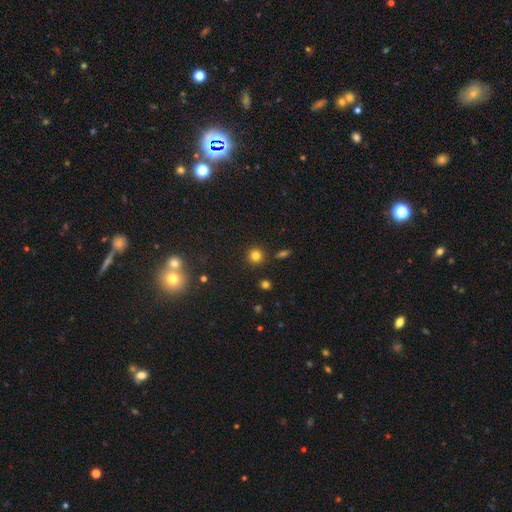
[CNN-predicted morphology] Smooth or featured: smooth — 80% (star or artifact — 14%)
How rounded: round — 93% (in between — 6%)
Merging: none — 88% (minor disturbance — 6%)